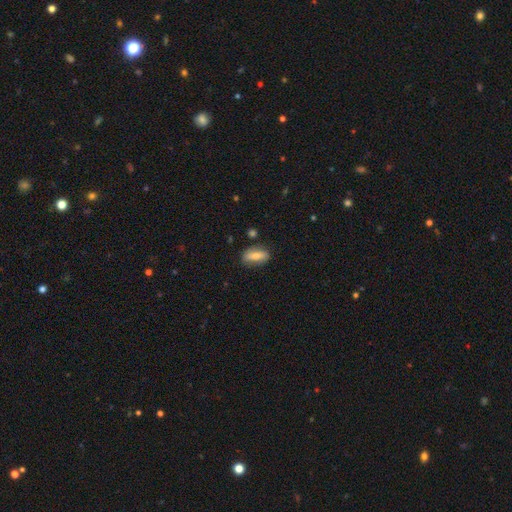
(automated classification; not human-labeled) Morphology: type=smooth (67%); roundness=in between (75%); merging=none (76%).